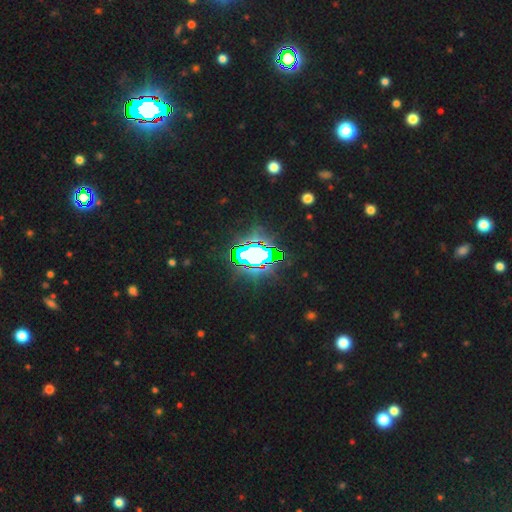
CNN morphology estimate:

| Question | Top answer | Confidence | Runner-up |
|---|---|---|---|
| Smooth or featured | star or artifact | 75% | smooth (13%) |